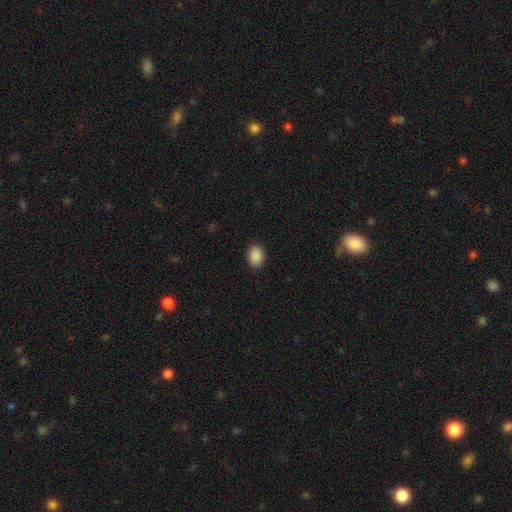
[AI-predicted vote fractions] The model was most divided on "how rounded": in between: 75%, round: 24%, cigar-shaped: 1%. More confident: merging — none (90%); smooth or featured — smooth (89%).